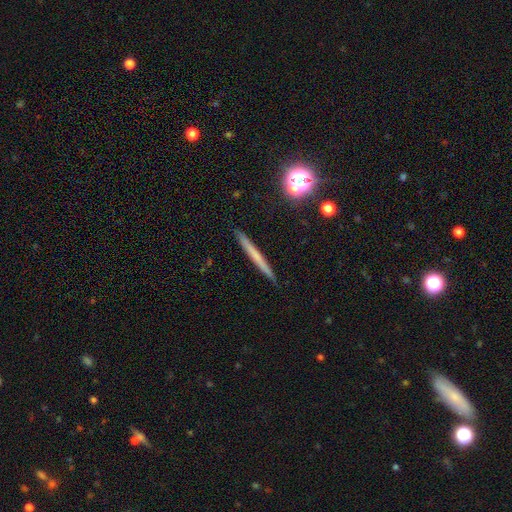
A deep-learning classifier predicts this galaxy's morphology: A smooth galaxy with no disk features (49%).

Vote fractions:
- Smooth or featured? smooth: 49% / featured or disk: 41% / star or artifact: 10%
- Merging? none: 91% / minor disturbance: 6% / major disturbance: 1% / merger: 1%